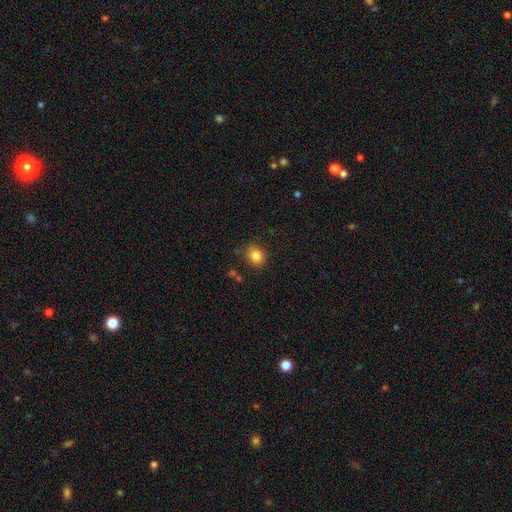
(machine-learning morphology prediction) Smooth or featured? smooth (83%)
How rounded? round (60%)
Merging? none (84%)